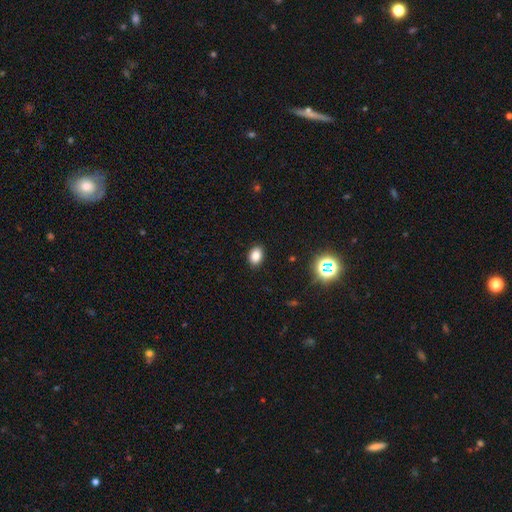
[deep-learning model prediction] smooth 83%, star or artifact 12%, featured or disk 5%. Down the decision tree: how rounded — in between (76%); merging — none (89%).